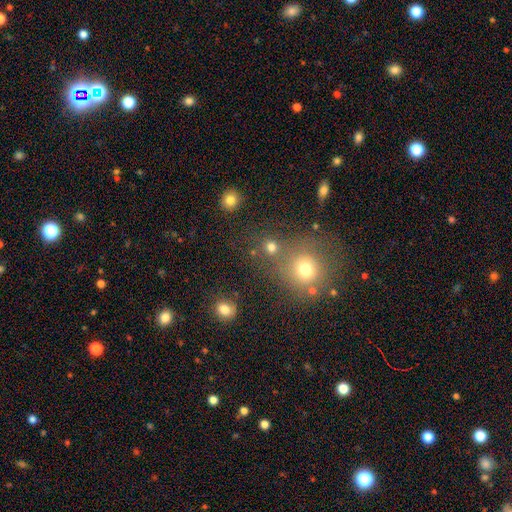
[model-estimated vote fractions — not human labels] Smooth or featured: smooth — 54% (star or artifact — 37%)
How rounded: round — 89% (in between — 9%)
Merging: none — 72% (merger — 13%)